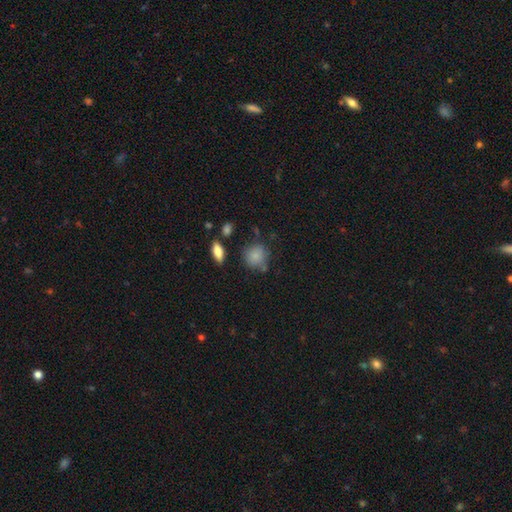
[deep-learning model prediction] Q: Smooth or featured?
A: smooth (82%); runner-up: star or artifact (10%)
Q: How rounded?
A: round (80%); runner-up: in between (19%)
Q: Merging?
A: none (68%); runner-up: minor disturbance (19%)